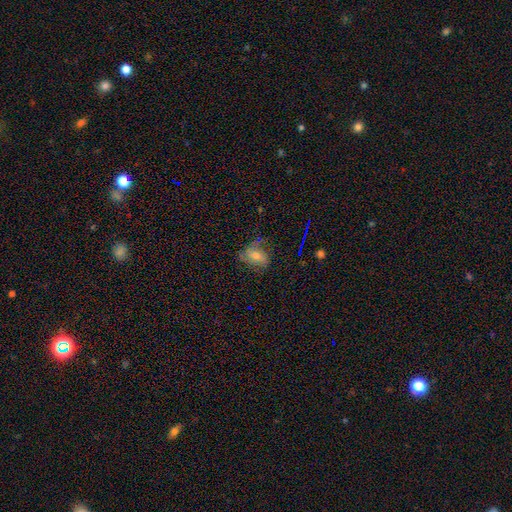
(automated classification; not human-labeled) Smooth or featured? Predicted: smooth (p=0.48). Merging? Predicted: none (p=0.63).